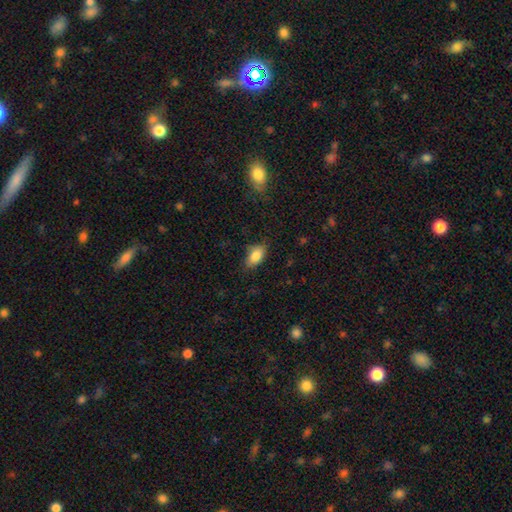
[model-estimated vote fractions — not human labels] Smooth or featured?
  - smooth: 84% *
  - star or artifact: 8%
  - featured or disk: 8%
How rounded?
  - in between: 89% *
  - round: 7%
  - cigar-shaped: 4%
Merging?
  - none: 76% *
  - minor disturbance: 19%
  - major disturbance: 4%
  - merger: 1%